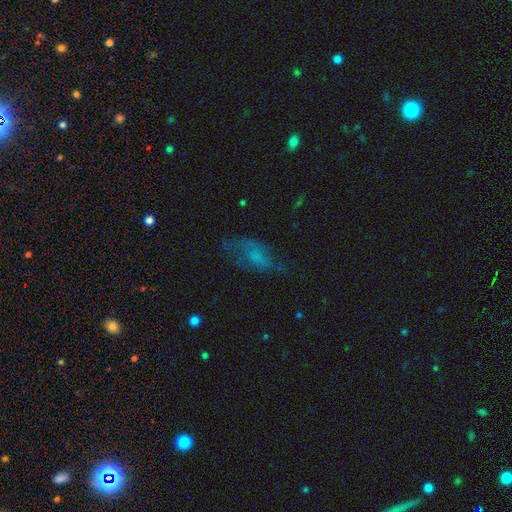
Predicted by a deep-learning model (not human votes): smooth_or_featured: smooth (p=0.46) [alt: featured or disk p=0.38]
merging: none (p=0.41) [alt: major disturbance p=0.31]